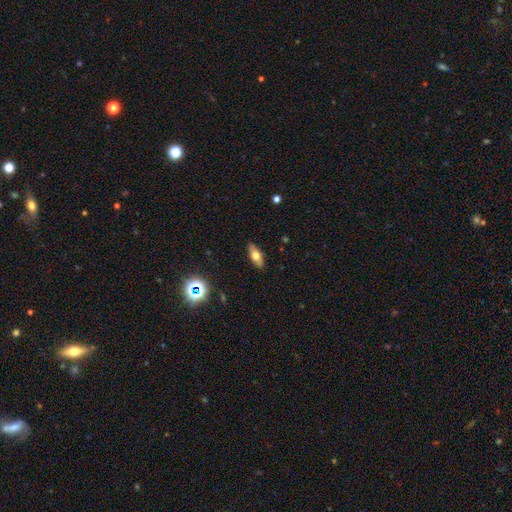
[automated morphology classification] Overall: smooth (58%; featured or disk 32%). How rounded: in between (66%; cigar-shaped 29%). Merging: none (88%).